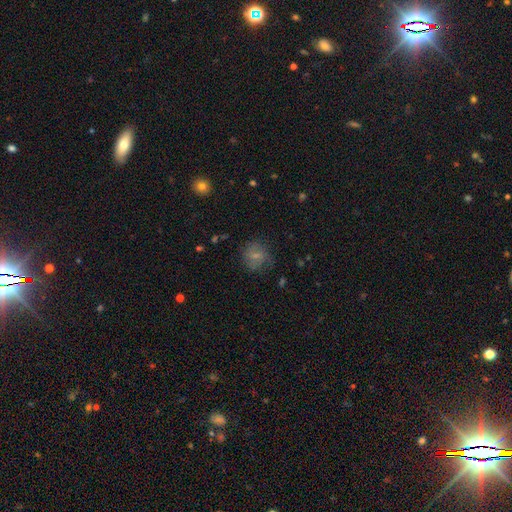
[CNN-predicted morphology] smooth 68%, featured or disk 21%, star or artifact 11%. Down the decision tree: how rounded — round (78%); merging — none (67%).